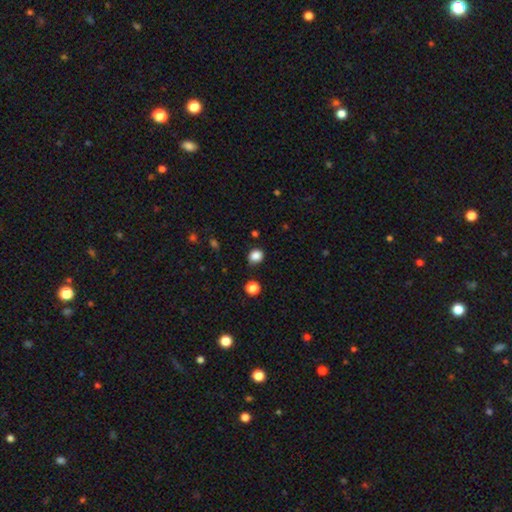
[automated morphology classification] Smooth or featured?
  - smooth: 85% *
  - star or artifact: 11%
  - featured or disk: 3%
How rounded?
  - round: 66% *
  - in between: 33%
  - cigar-shaped: 1%
Merging?
  - none: 79% *
  - minor disturbance: 15%
  - major disturbance: 3%
  - merger: 2%